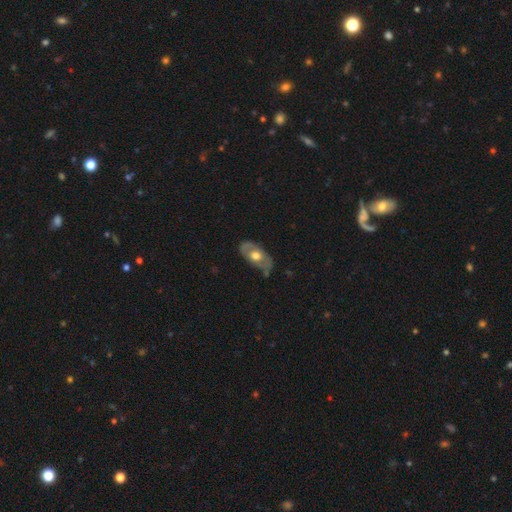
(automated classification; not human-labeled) Overall: featured or disk (54%; smooth 40%). Edge-on disk: no (85%). Merging: none (61%; minor disturbance 28%).